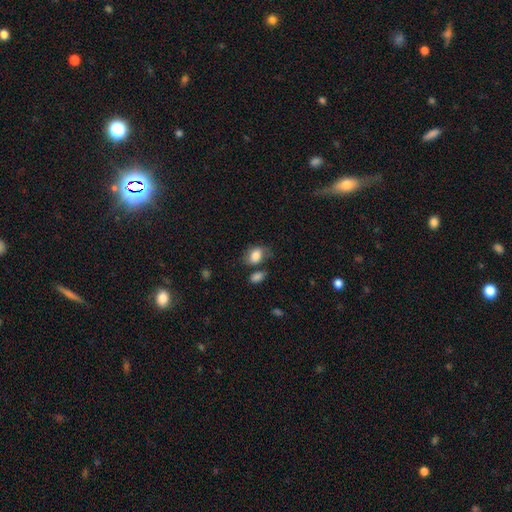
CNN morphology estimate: Q: Smooth or featured?
A: smooth (81%); runner-up: featured or disk (11%)
Q: How rounded?
A: in between (79%); runner-up: round (20%)
Q: Merging?
A: none (50%); runner-up: minor disturbance (25%)